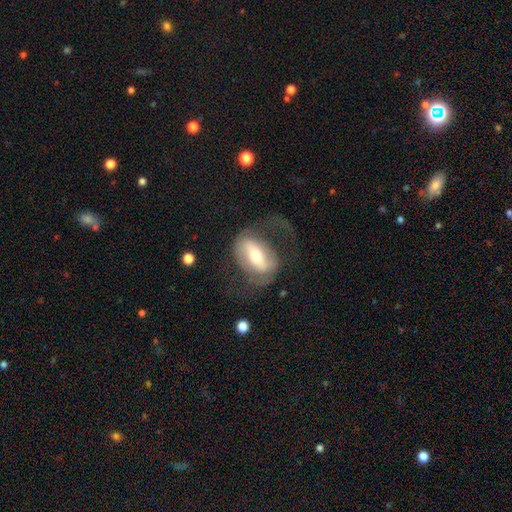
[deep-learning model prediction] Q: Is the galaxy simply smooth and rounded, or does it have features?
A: featured or disk — 67%.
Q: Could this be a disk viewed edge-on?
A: no — 91%.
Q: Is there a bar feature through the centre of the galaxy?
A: strong — 56%.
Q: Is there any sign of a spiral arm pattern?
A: yes — 70%.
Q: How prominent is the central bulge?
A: moderate — 58%.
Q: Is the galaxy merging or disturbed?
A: none — 43%.